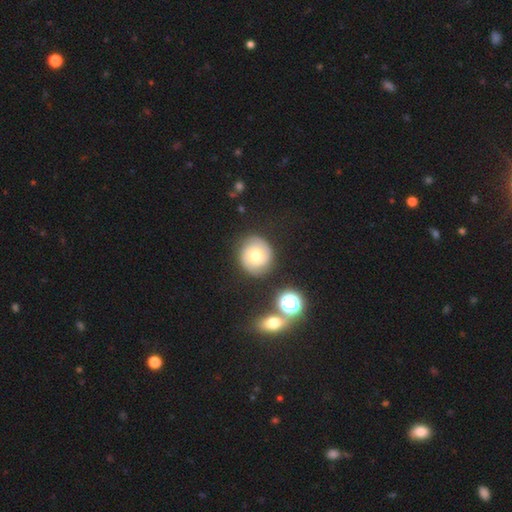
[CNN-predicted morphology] A featured or disk galaxy (48%).

Vote fractions:
- Smooth or featured? featured or disk: 48% / smooth: 41% / star or artifact: 10%
- Merging? none: 80% / minor disturbance: 12% / major disturbance: 4% / merger: 4%